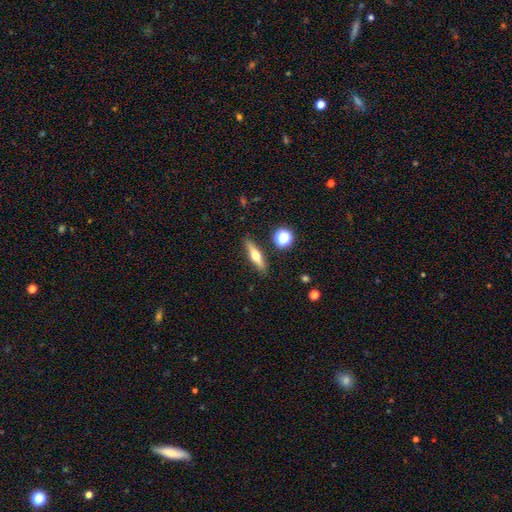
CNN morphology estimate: Overall: featured or disk (49%; smooth 44%). Merging: none (88%).